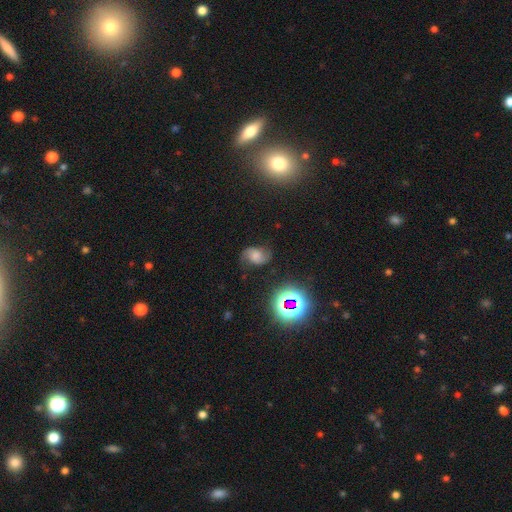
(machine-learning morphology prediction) Smooth or featured: featured or disk — 50% (smooth — 30%)
Edge-on disk: no — 96% (yes — 4%)
Merging: none — 69% (minor disturbance — 21%)